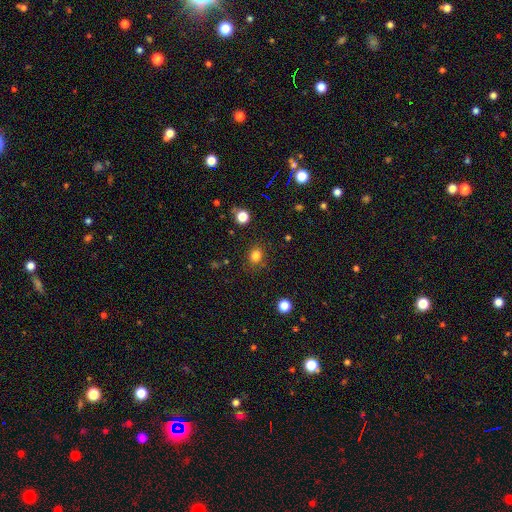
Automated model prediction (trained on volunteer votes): Smooth or featured: smooth — 82% (star or artifact — 14%)
How rounded: round — 56% (in between — 43%)
Merging: none — 82% (minor disturbance — 12%)